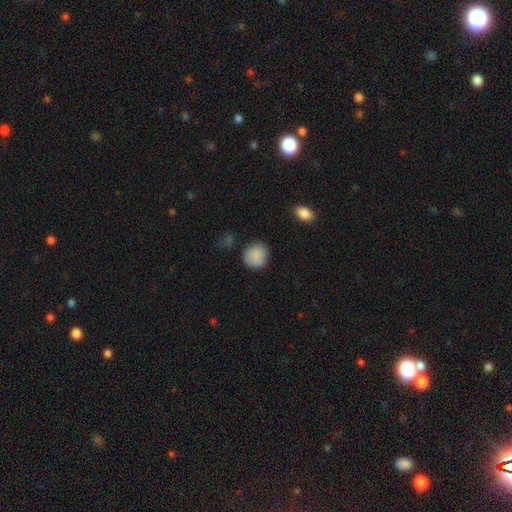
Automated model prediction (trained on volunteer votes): Morphology: type=smooth (87%); roundness=round (85%); merging=none (83%).